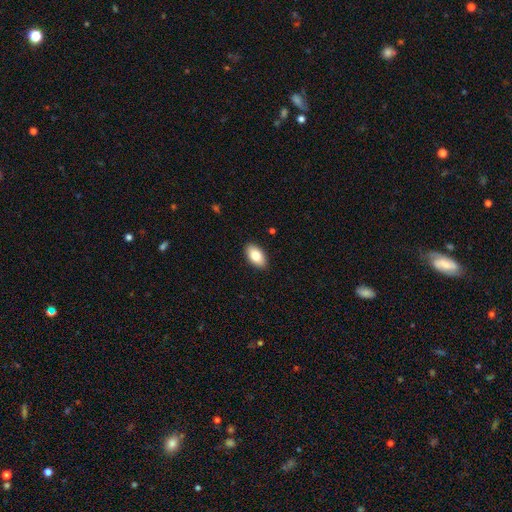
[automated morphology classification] A smooth galaxy with no disk features (81%) that is in between round and cigar-shaped (93%). Merging: none (90%).